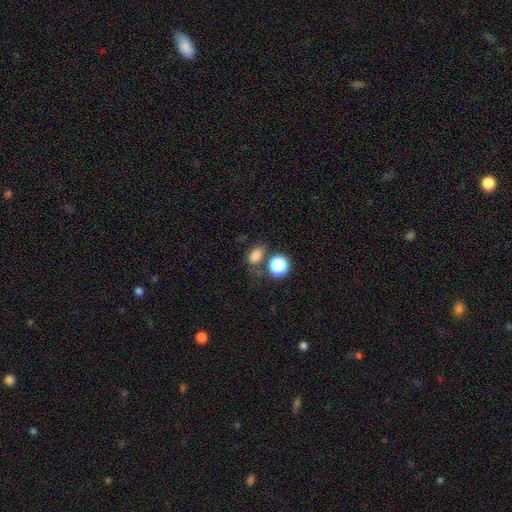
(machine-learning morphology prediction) Smooth or featured?
  - smooth: 80% *
  - star or artifact: 14%
  - featured or disk: 6%
How rounded?
  - in between: 67% *
  - round: 31%
  - cigar-shaped: 2%
Merging?
  - none: 56% *
  - merger: 20%
  - minor disturbance: 16%
  - major disturbance: 7%